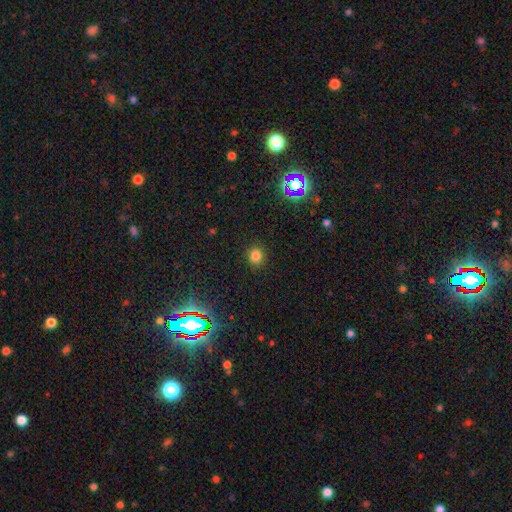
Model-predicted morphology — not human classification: This is likely a smooth galaxy (80%). How rounded: clearly round (84%). Merging: clearly none (90%).